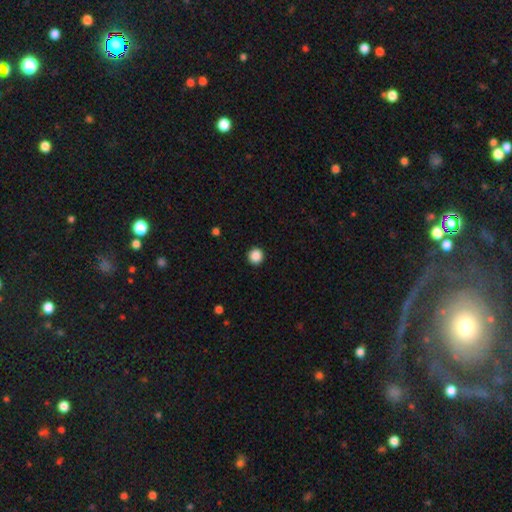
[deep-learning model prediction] smooth-or-featured: smooth: 87% | star or artifact: 10% | featured or disk: 3%
  how-rounded: round: 95% | in between: 4% | cigar-shaped: 1%
  merging: none: 93% | minor disturbance: 4% | major disturbance: 2% | merger: 1%